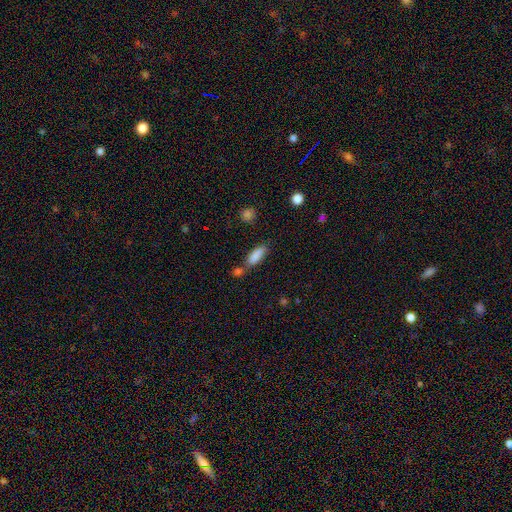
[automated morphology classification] type=smooth (86%); roundness=in between (64%); merging=none (57%).